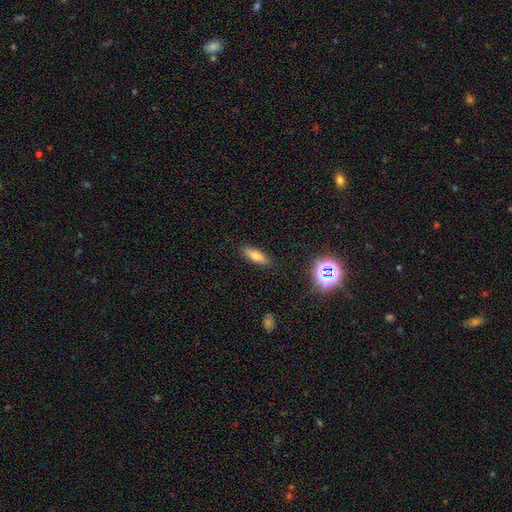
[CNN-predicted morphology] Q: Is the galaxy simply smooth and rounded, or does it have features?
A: smooth — 71%.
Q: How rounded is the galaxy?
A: in between — 54%.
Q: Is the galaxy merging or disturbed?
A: none — 87%.